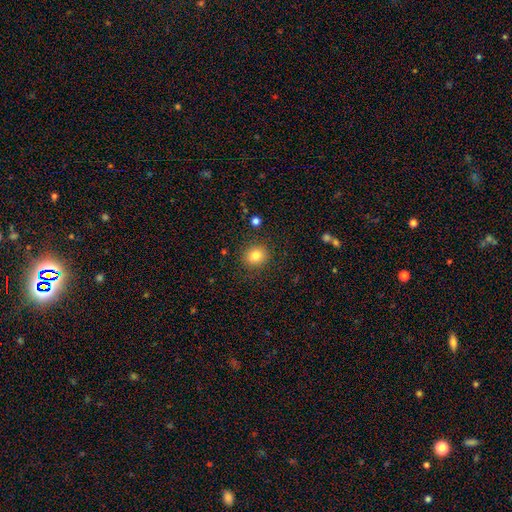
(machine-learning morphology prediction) smooth 81%, star or artifact 11%, featured or disk 8%. Down the decision tree: how rounded — round (77%); merging — none (87%).